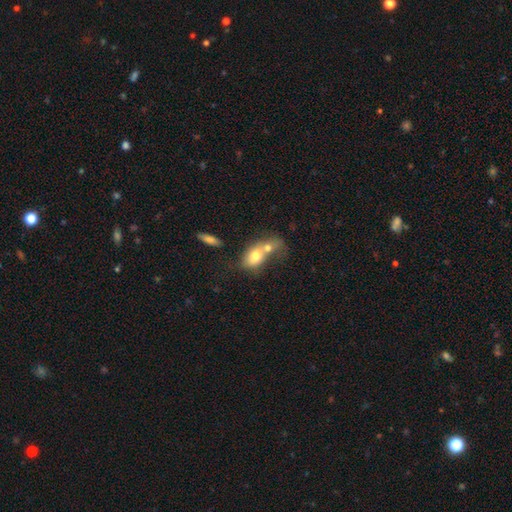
A smooth galaxy with no disk features (82%) that is in between round and cigar-shaped (66%). Merging: merger (86%).